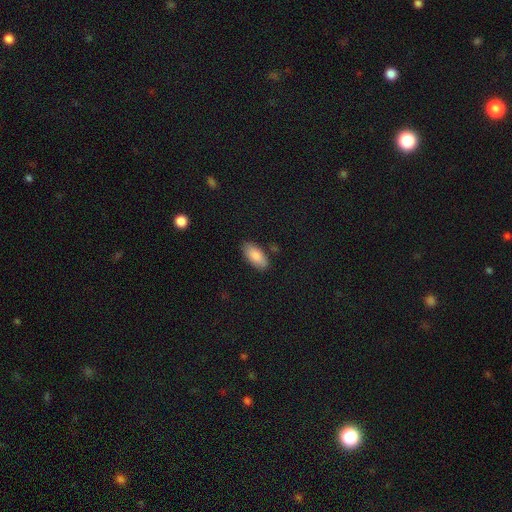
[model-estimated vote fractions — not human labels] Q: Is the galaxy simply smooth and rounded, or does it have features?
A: smooth — 87%.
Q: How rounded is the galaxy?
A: in between — 90%.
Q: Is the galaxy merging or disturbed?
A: none — 83%.